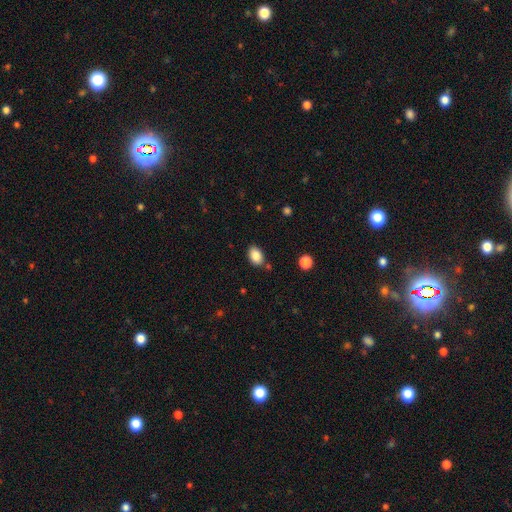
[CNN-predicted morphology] smooth 86%, star or artifact 8%, featured or disk 6%. Down the decision tree: how rounded — in between (85%); merging — none (80%).